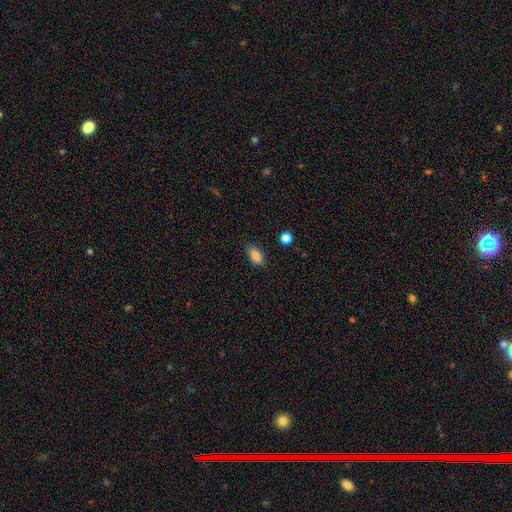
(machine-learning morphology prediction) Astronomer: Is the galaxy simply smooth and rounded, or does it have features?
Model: smooth — 85%.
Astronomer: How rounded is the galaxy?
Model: in between — 87%.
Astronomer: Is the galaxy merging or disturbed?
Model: none — 85%.